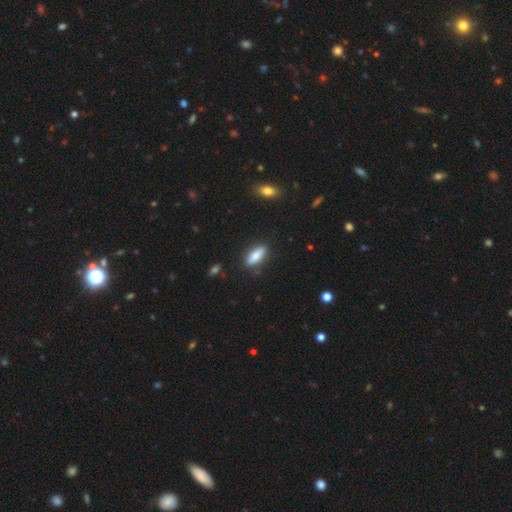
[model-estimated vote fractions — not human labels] smooth_or_featured: smooth (p=0.79) [alt: featured or disk p=0.15]
how_rounded: in between (p=0.58) [alt: cigar-shaped p=0.39]
merging: none (p=0.82) [alt: minor disturbance p=0.13]